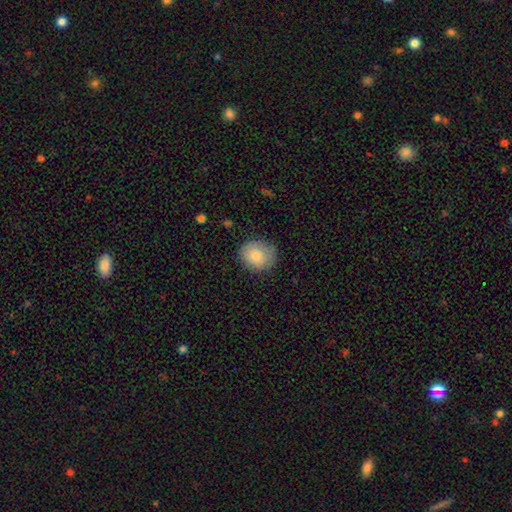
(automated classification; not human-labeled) Smooth or featured: smooth — 82% (featured or disk — 10%)
How rounded: round — 71% (in between — 28%)
Merging: none — 76% (minor disturbance — 19%)